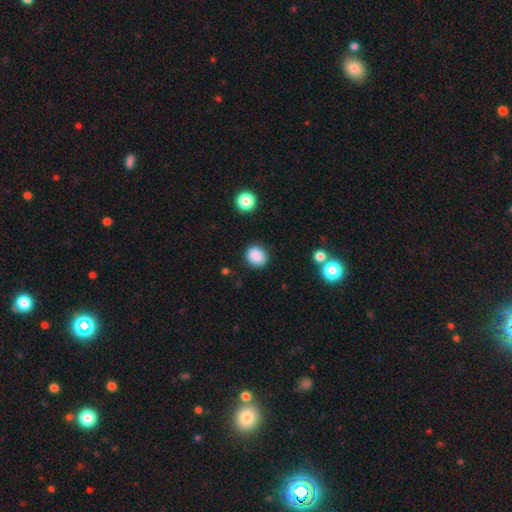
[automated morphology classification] This is clearly a smooth galaxy (87%). How rounded: likely round (70%). Merging: clearly none (87%).